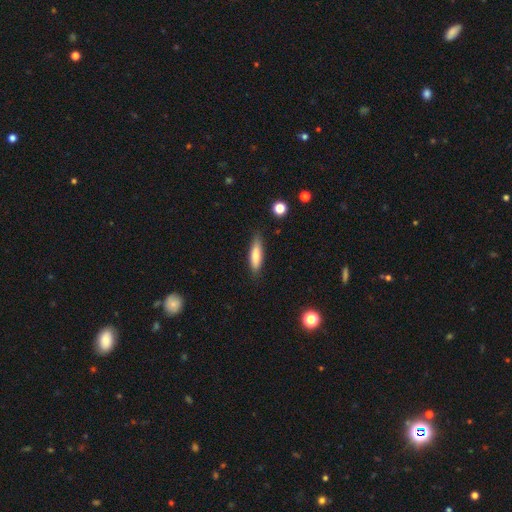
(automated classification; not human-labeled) A smooth galaxy with no disk features (77%) that is cigar-shaped (66%). Merging: none (80%).